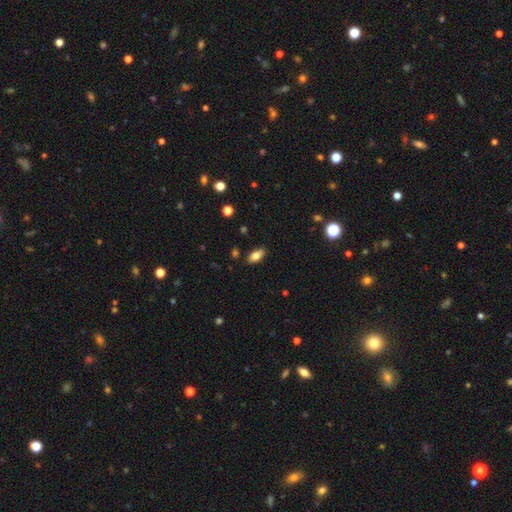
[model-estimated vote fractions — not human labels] A smooth galaxy with no disk features (78%) that is in between round and cigar-shaped (88%).

Vote fractions:
- Smooth or featured? smooth: 78% / featured or disk: 14% / star or artifact: 8%
- How rounded? in between: 88% / cigar-shaped: 8% / round: 3%
- Merging? none: 86% / minor disturbance: 10% / major disturbance: 2% / merger: 2%